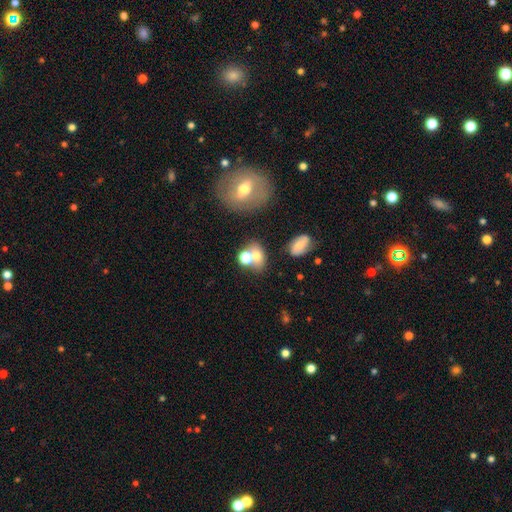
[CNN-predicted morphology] Smooth or featured? Predicted: smooth (p=0.67). How rounded? Predicted: round (p=0.51). Merging? Predicted: none (p=0.44).